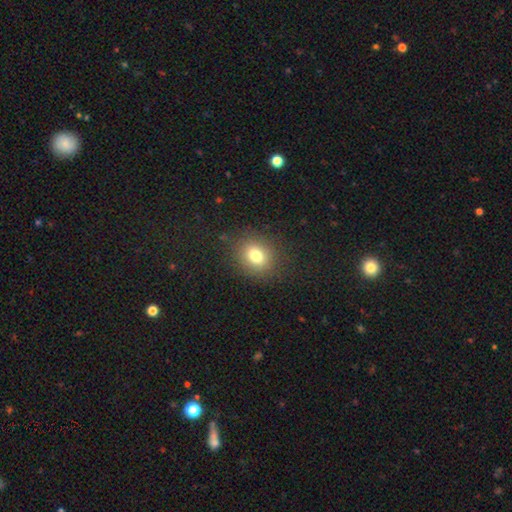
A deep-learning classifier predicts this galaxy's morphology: The model was most divided on "how rounded": round: 60%, in between: 39%, cigar-shaped: 1%. More confident: merging — none (86%); smooth or featured — smooth (77%).